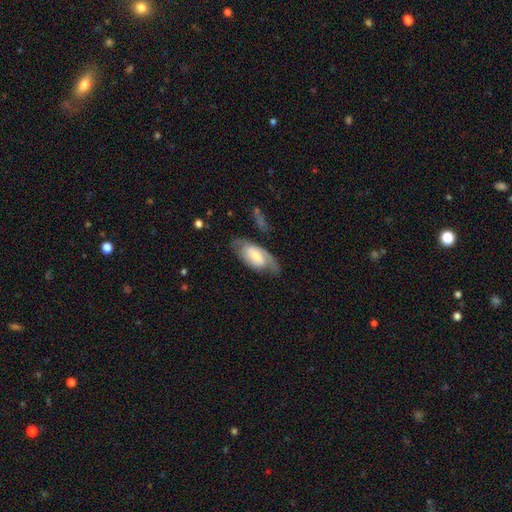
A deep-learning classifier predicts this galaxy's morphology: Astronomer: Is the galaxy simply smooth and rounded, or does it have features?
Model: featured or disk — 56% (runner-up: smooth, 38%).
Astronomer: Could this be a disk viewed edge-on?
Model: no — 90%.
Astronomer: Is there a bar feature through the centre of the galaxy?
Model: no — 44% (runner-up: weak, 40%).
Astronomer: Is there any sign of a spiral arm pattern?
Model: yes — 78%.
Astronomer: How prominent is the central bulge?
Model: moderate — 44% (runner-up: small, 37%).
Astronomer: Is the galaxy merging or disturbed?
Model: none — 62%.